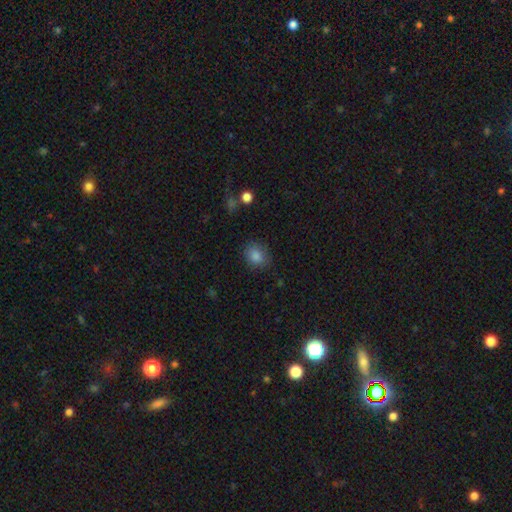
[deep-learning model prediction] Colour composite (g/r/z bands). It shows a smooth galaxy with no disk features (84%) that is round (58%). Merging: none (82%).